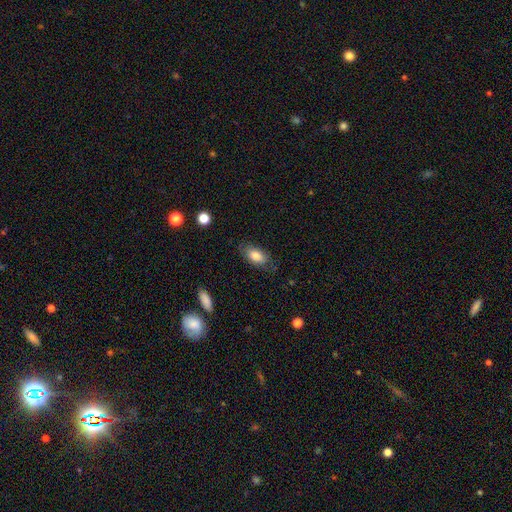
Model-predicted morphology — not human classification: Q: Smooth or featured?
A: smooth (82%); runner-up: featured or disk (11%)
Q: How rounded?
A: in between (91%); runner-up: round (5%)
Q: Merging?
A: none (75%); runner-up: minor disturbance (18%)